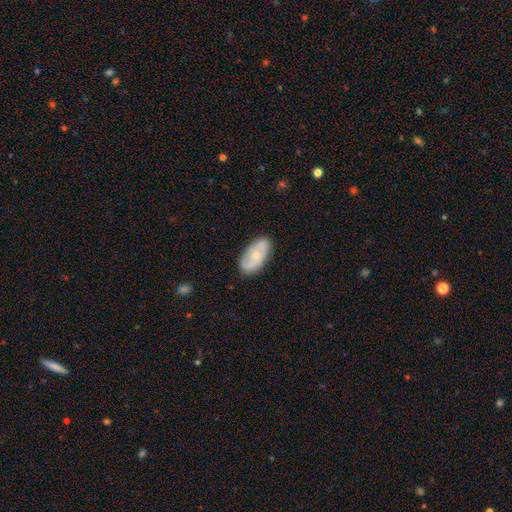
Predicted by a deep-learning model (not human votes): This is possibly a featured or disk galaxy (52%). It is clearly not viewed edge-on (93%). Merging: likely none (77%).